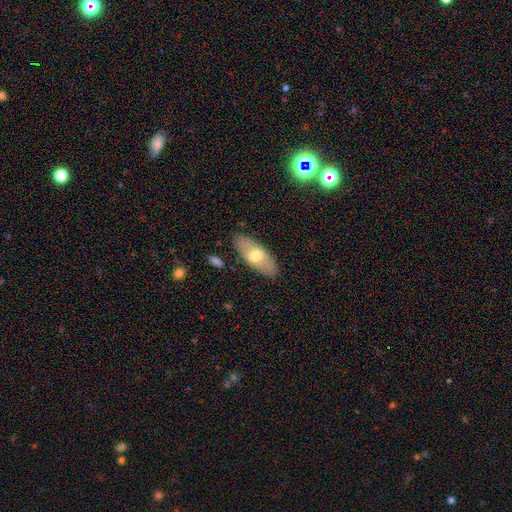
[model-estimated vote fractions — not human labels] Smooth or featured? Predicted: smooth (p=0.60). How rounded? Predicted: in between (p=0.81). Merging? Predicted: none (p=0.86).